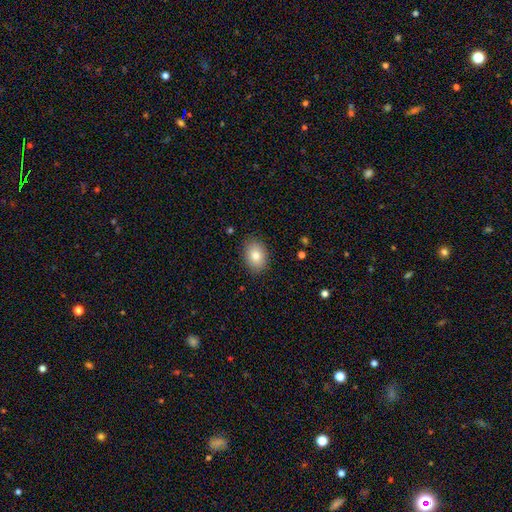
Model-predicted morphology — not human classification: Overall: smooth (82%). How rounded: in between (72%). Merging: none (88%).